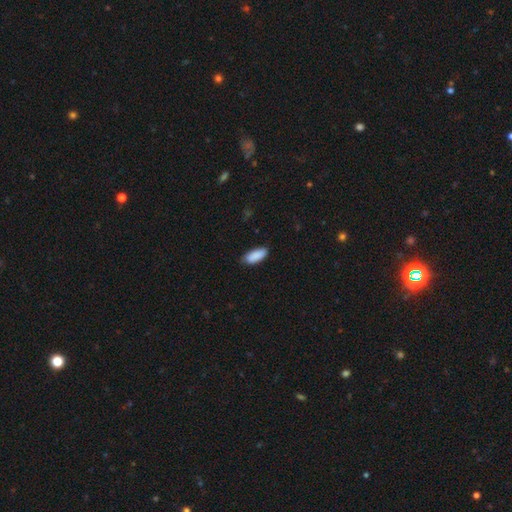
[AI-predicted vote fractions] smooth_or_featured: smooth (p=0.90) [alt: star or artifact p=0.06]
how_rounded: in between (p=0.83) [alt: cigar-shaped p=0.16]
merging: none (p=0.81) [alt: minor disturbance p=0.16]